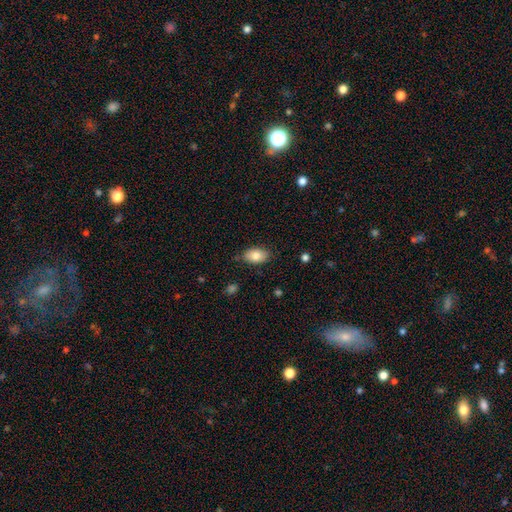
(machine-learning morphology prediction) Q: Smooth or featured?
A: smooth (83%); runner-up: featured or disk (10%)
Q: How rounded?
A: in between (91%); runner-up: round (7%)
Q: Merging?
A: none (81%); runner-up: minor disturbance (15%)